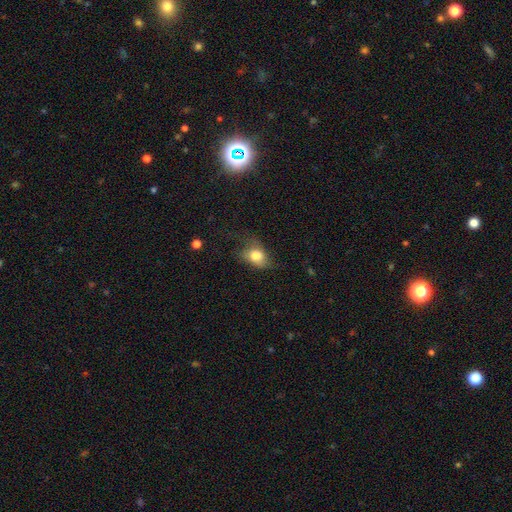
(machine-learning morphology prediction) smooth 76%, featured or disk 15%, star or artifact 9%. Down the decision tree: how rounded — in between (74%); merging — none (37%).